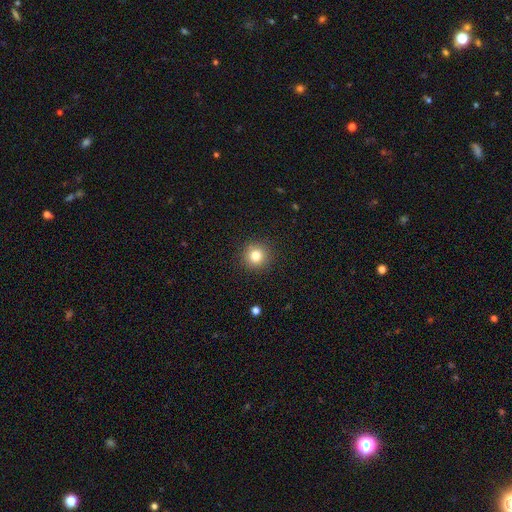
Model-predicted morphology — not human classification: This is clearly a smooth galaxy (80%). How rounded: clearly round (94%). Merging: clearly none (91%).